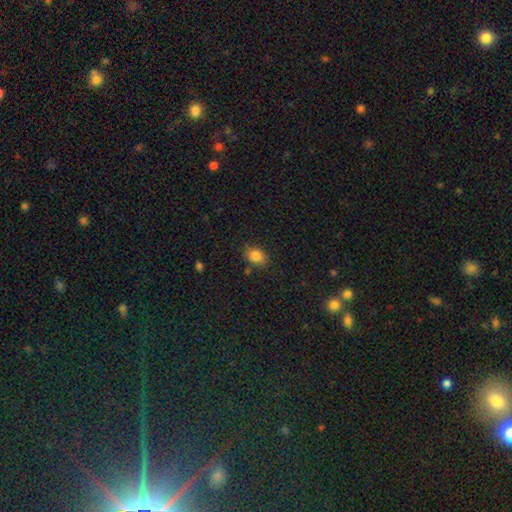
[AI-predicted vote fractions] A smooth galaxy with no disk features (84%) that is in between round and cigar-shaped (74%). Merging: none (81%).